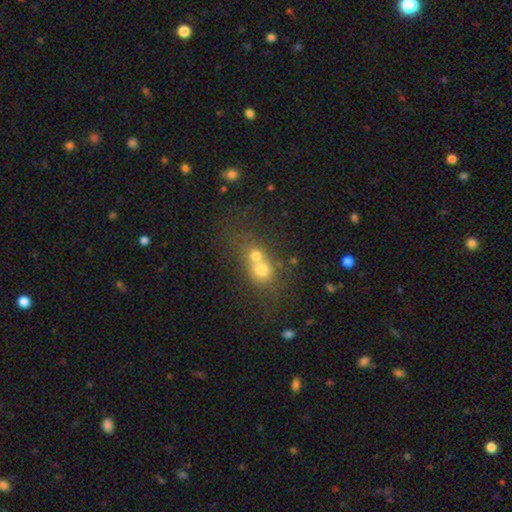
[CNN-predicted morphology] smooth-or-featured: smooth: 66% | featured or disk: 20% | star or artifact: 14%
  how-rounded: round: 72% | in between: 26% | cigar-shaped: 2%
  merging: merger: 71% | none: 21% | minor disturbance: 5% | major disturbance: 3%